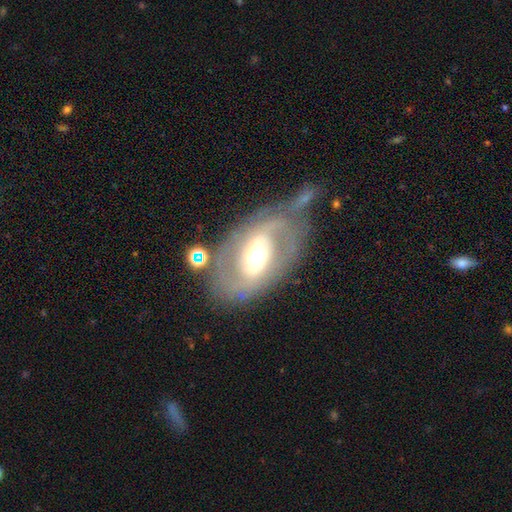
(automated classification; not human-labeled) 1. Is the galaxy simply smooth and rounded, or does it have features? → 70% featured or disk, 22% smooth, 8% star or artifact.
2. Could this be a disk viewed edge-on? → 93% no, 7% yes.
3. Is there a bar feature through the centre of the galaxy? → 41% no, 36% weak, 24% strong.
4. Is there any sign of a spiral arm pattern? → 64% yes, 36% no.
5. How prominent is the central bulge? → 51% moderate, 34% large, 7% dominant, 7% small, 1% none.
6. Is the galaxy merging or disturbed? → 57% none, 17% minor disturbance, 15% major disturbance, 11% merger.